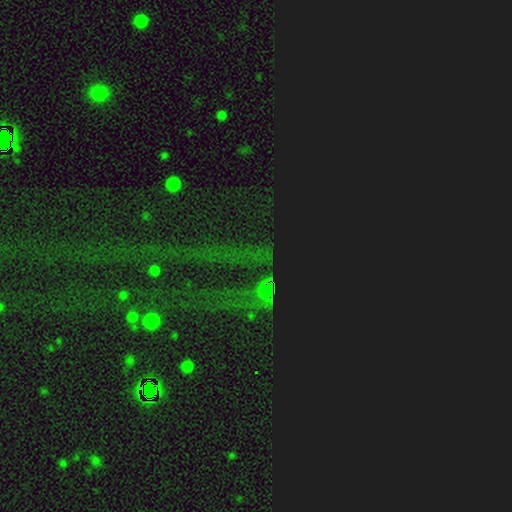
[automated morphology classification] Smooth or featured? Predicted: star or artifact (p=0.80).